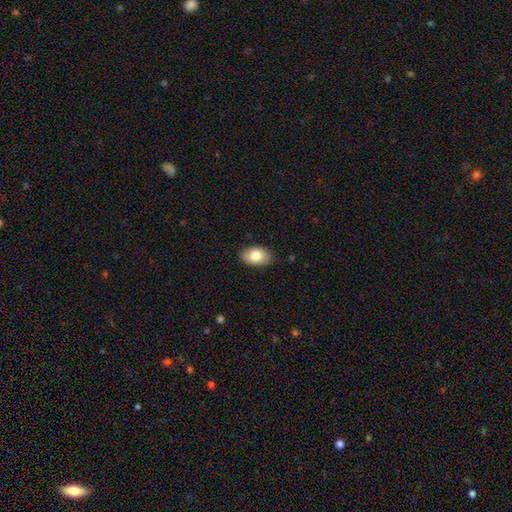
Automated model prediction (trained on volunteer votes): This appears to be a smooth galaxy with no disk features (82%) that is in between round and cigar-shaped (90%). Merging: none (87%).